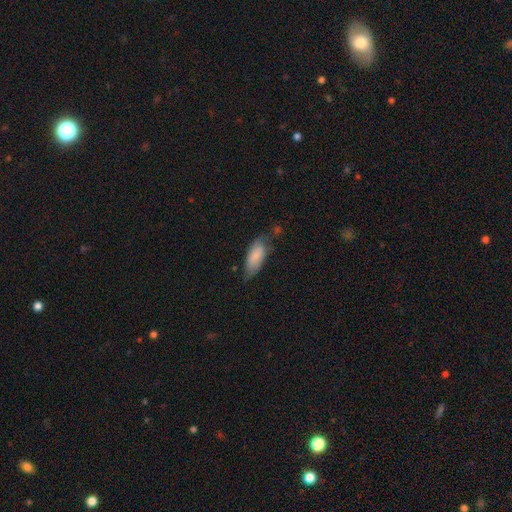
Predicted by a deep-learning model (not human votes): Smooth or featured: smooth — 79% (featured or disk — 15%)
How rounded: in between — 77% (cigar-shaped — 21%)
Merging: none — 48% (minor disturbance — 36%)